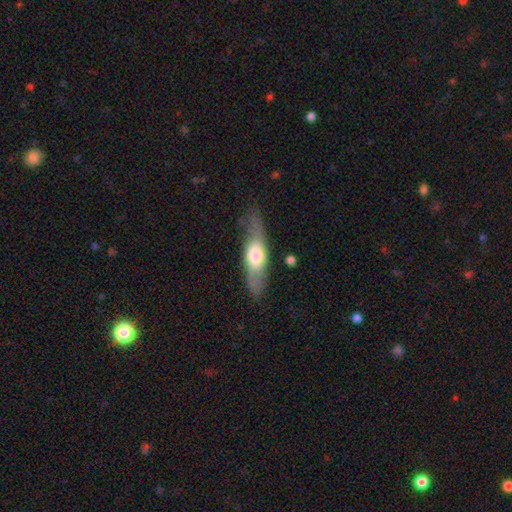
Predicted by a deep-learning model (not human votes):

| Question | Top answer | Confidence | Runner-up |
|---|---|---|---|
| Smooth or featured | smooth | 48% | featured or disk (46%) |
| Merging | none | 72% | minor disturbance (19%) |